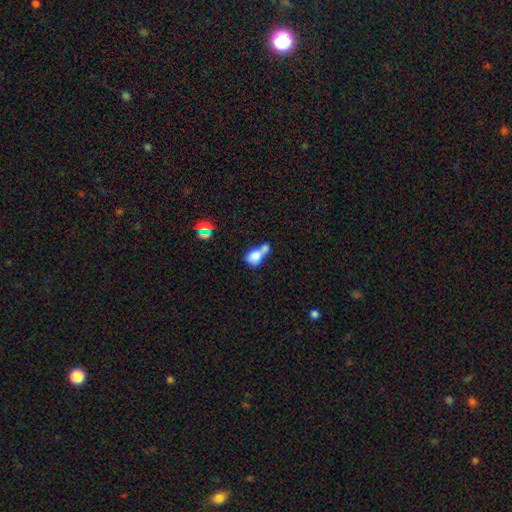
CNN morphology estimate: type=smooth (74%); roundness=in between (52%); merging=merger (67%).